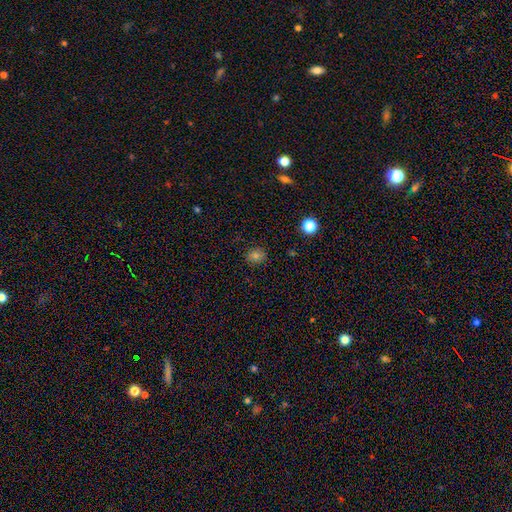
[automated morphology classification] smooth 76%, star or artifact 16%, featured or disk 9%. Down the decision tree: how rounded — round (73%); merging — none (87%).